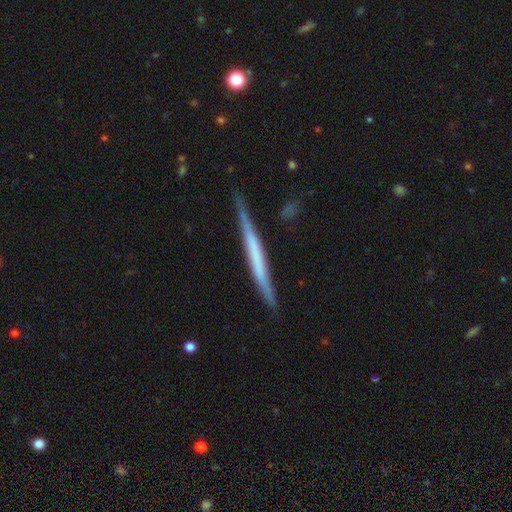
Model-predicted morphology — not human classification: type=featured or disk (57%); edge-on=yes (95%); edge-on bulge=none (81%); merging=none (79%).